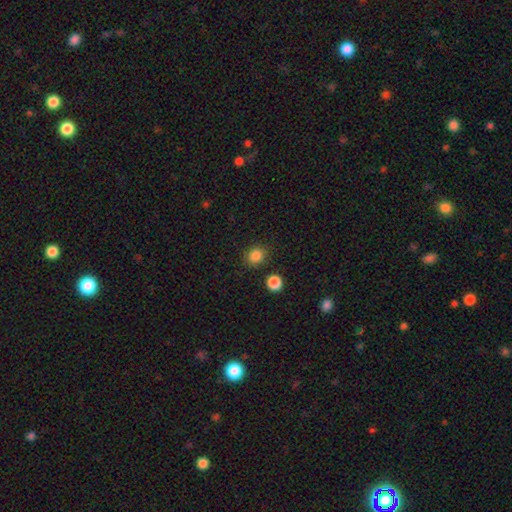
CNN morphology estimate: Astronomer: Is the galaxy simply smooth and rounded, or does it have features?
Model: smooth — 86%.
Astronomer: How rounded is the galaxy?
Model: round — 68%.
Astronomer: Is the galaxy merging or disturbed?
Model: none — 84%.